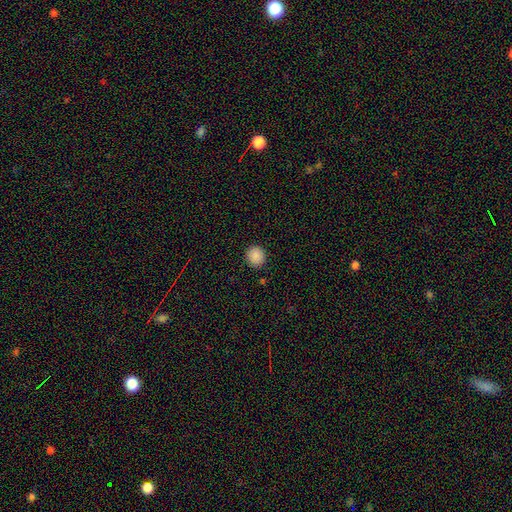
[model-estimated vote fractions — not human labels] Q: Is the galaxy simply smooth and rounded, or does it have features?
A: smooth — 89%.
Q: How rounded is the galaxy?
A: round — 85%.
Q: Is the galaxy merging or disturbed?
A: none — 91%.